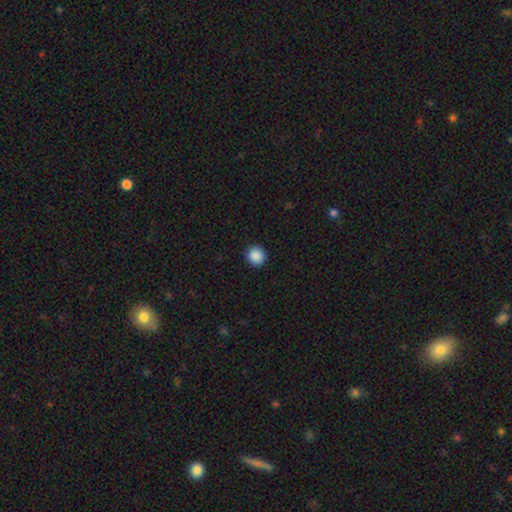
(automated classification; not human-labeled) This appears to be a smooth galaxy with no disk features (89%) that is round (94%). Merging: none (93%).